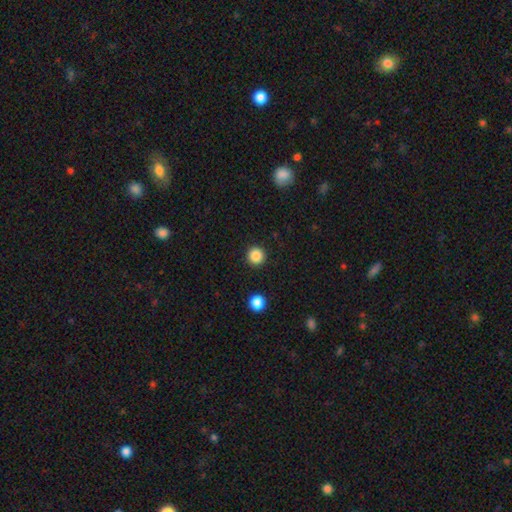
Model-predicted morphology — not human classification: A smooth galaxy with no disk features (86%) that is round (96%).

Vote fractions:
- Smooth or featured? smooth: 86% / star or artifact: 11% / featured or disk: 3%
- How rounded? round: 96% / in between: 3% / cigar-shaped: 1%
- Merging? none: 93% / minor disturbance: 4% / major disturbance: 2% / merger: 1%